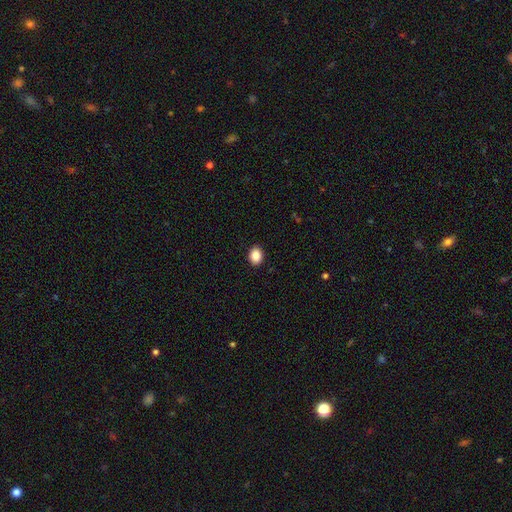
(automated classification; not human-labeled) Q: Smooth or featured?
A: smooth (88%); runner-up: star or artifact (9%)
Q: How rounded?
A: in between (54%); runner-up: round (45%)
Q: Merging?
A: none (91%); runner-up: minor disturbance (6%)